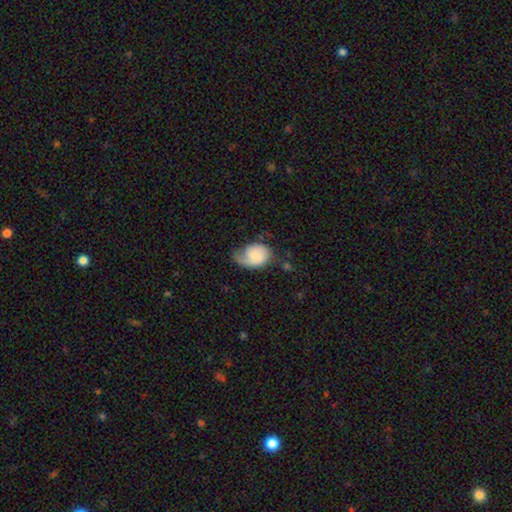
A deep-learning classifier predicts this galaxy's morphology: smooth 51%, featured or disk 41%, star or artifact 7%. Down the decision tree: how rounded — in between (67%); merging — none (36%).